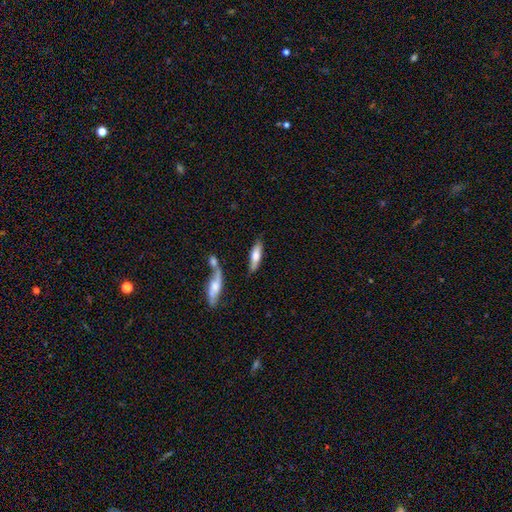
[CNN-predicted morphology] Smooth or featured? smooth (63%)
How rounded? cigar-shaped (56%)
Merging? none (61%)